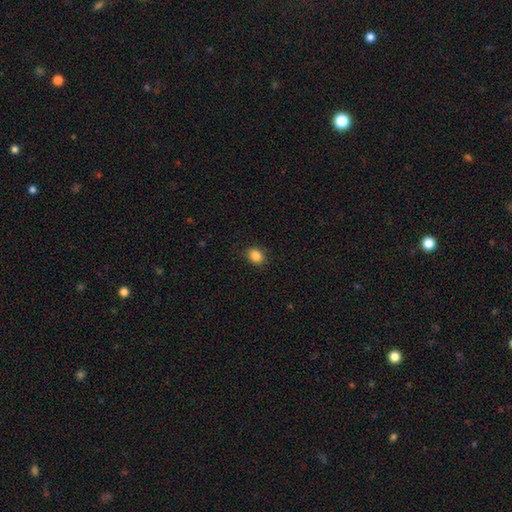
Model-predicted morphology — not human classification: The model was most divided on "how rounded": round: 54%, in between: 45%, cigar-shaped: 1%. More confident: merging — none (87%); smooth or featured — smooth (86%).